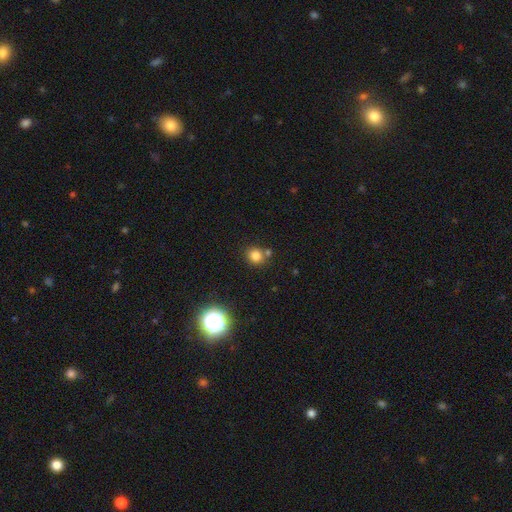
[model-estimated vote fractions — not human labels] Q: Smooth or featured?
A: smooth (79%); runner-up: star or artifact (15%)
Q: How rounded?
A: round (79%); runner-up: in between (20%)
Q: Merging?
A: none (70%); runner-up: merger (16%)